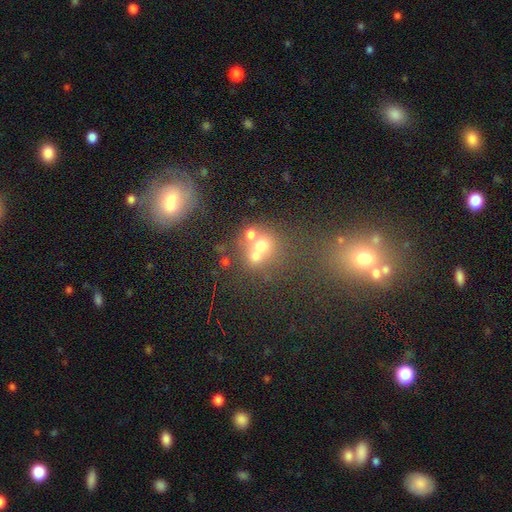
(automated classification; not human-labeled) Morphology: type=smooth (55%); roundness=round (76%); merging=merger (48%).